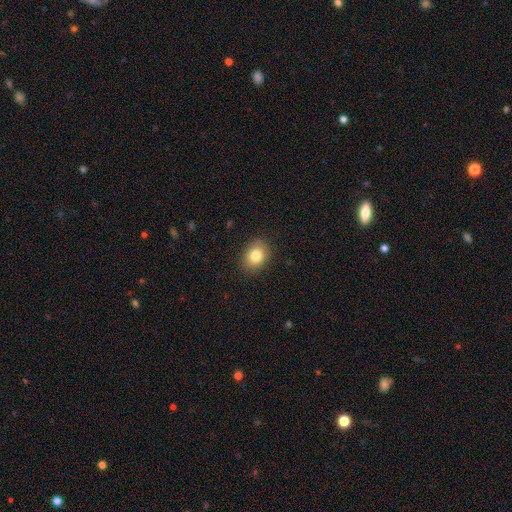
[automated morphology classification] A smooth galaxy with no disk features (81%) that is in between round and cigar-shaped (57%). Merging: none (87%).